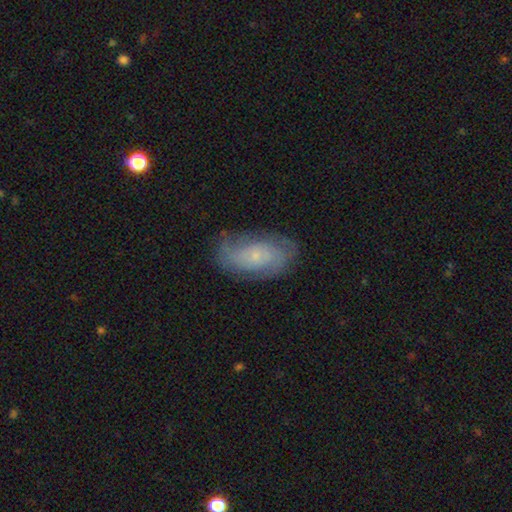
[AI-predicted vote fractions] A featured or disk galaxy (62%) with no bar (77%), 2 (44%) tight (49%) spiral arms (85%) and a small central bulge (79%).

Vote fractions:
- Smooth or featured? featured or disk: 62% / smooth: 30% / star or artifact: 8%
- Edge-on disk? no: 95% / yes: 5%
- Bar? no: 77% / weak: 20% / strong: 4%
- Spiral arms? yes: 85% / no: 15%
- Spiral winding? tight: 49% / medium: 36% / loose: 15%
- Spiral arm count? 2: 44% / can't tell: 37% / 3: 8% / 1: 4% / 4: 4% / more than 4: 3%
- Bulge size? small: 79% / moderate: 13% / none: 5% / large: 2% / dominant: 1%
- Merging? none: 71% / minor disturbance: 20% / major disturbance: 8% / merger: 1%